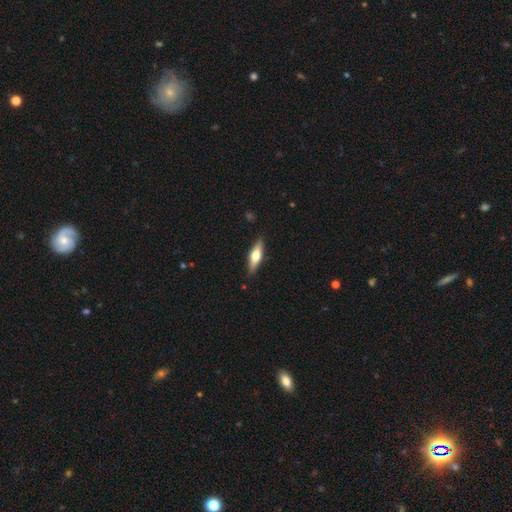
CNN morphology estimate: smooth_or_featured: smooth (p=0.50) [alt: featured or disk p=0.44]
how_rounded: cigar-shaped (p=0.58) [alt: in between p=0.40]
merging: none (p=0.88) [alt: minor disturbance p=0.09]